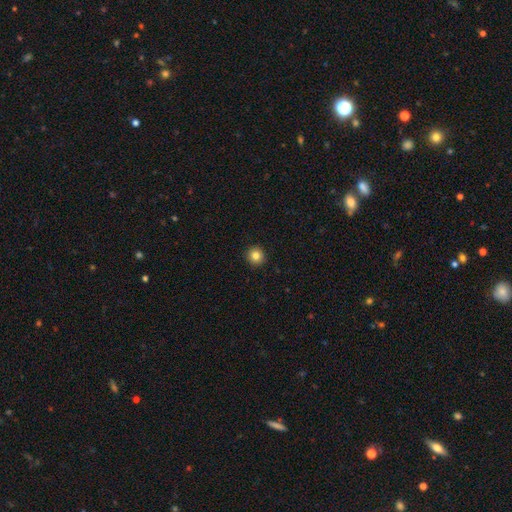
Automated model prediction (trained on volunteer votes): Overall: smooth (83%). How rounded: round (94%). Merging: none (93%).